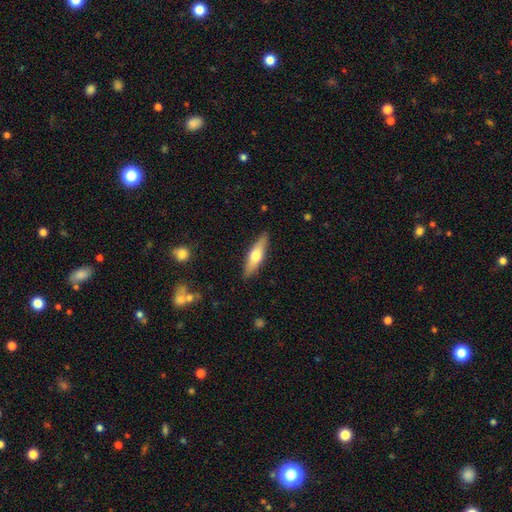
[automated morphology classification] Smooth or featured?
  - smooth: 52% *
  - featured or disk: 42%
  - star or artifact: 6%
How rounded?
  - cigar-shaped: 63% *
  - in between: 35%
  - round: 2%
Merging?
  - none: 88% *
  - minor disturbance: 9%
  - major disturbance: 2%
  - merger: 1%